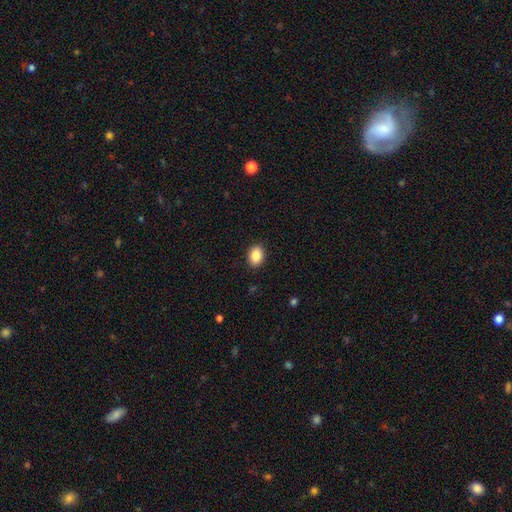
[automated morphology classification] smooth-or-featured: smooth: 87% | star or artifact: 8% | featured or disk: 5%
  how-rounded: in between: 79% | round: 20% | cigar-shaped: 1%
  merging: none: 90% | minor disturbance: 7% | major disturbance: 2% | merger: 1%